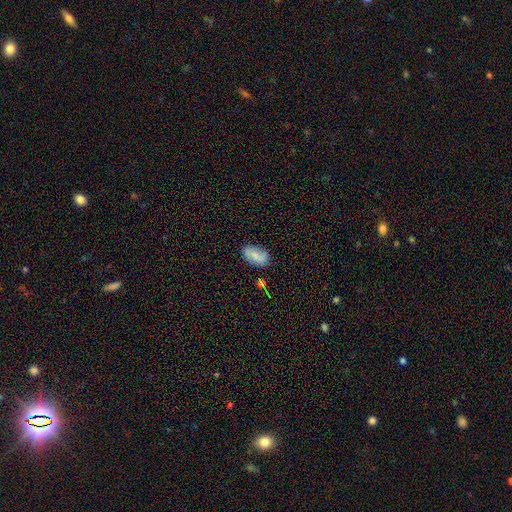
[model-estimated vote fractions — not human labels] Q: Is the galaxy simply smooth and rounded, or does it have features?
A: smooth — 64%.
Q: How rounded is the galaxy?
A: in between — 92%.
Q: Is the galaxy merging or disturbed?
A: none — 76%.